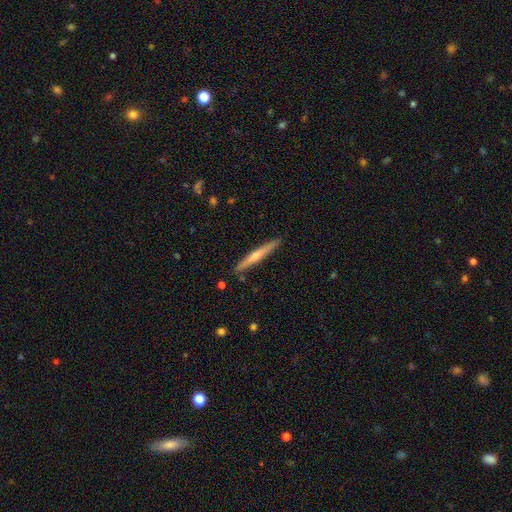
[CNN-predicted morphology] featured or disk 66%, smooth 27%, star or artifact 7%. Down the decision tree: edge-on disk — yes (96%); edge-on bulge — rounded (80%); merging — none (88%).